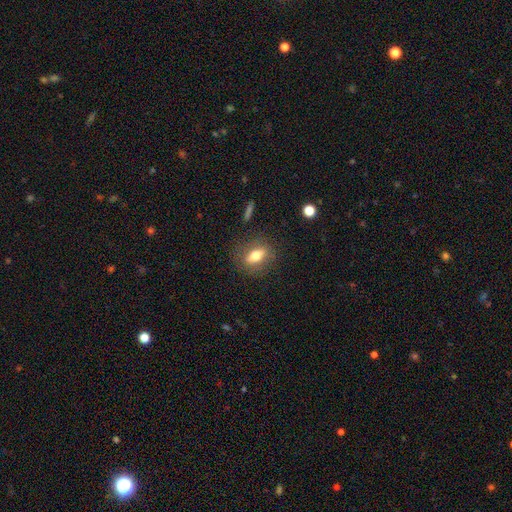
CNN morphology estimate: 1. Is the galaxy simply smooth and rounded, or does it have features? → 67% smooth, 24% featured or disk, 9% star or artifact.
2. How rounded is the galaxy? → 69% in between, 17% cigar-shaped, 13% round.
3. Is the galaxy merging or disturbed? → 82% none, 12% minor disturbance, 5% major disturbance, 1% merger.